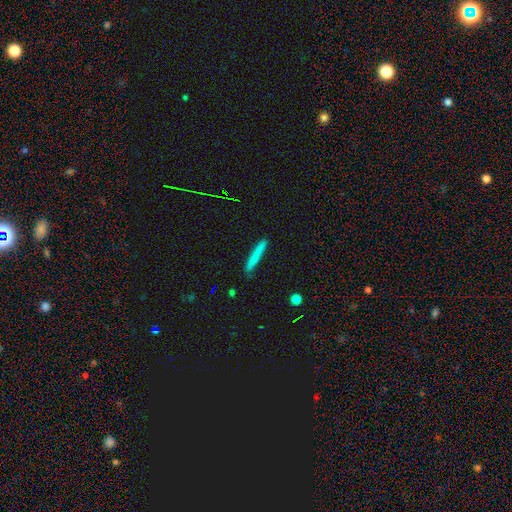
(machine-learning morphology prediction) Smooth or featured? smooth (73%)
How rounded? cigar-shaped (96%)
Merging? none (85%)